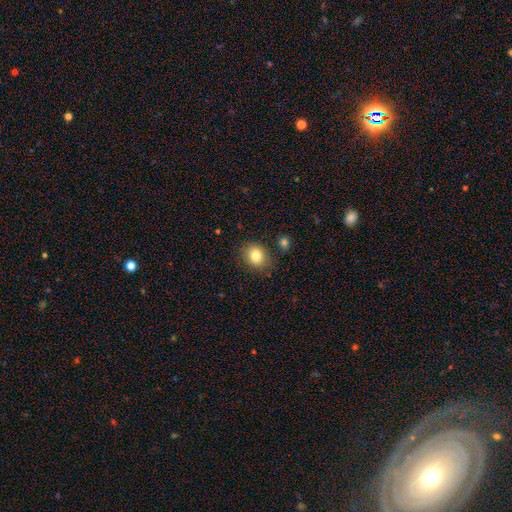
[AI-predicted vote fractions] Q: Smooth or featured?
A: smooth (81%); runner-up: star or artifact (10%)
Q: How rounded?
A: round (59%); runner-up: in between (40%)
Q: Merging?
A: none (81%); runner-up: minor disturbance (12%)